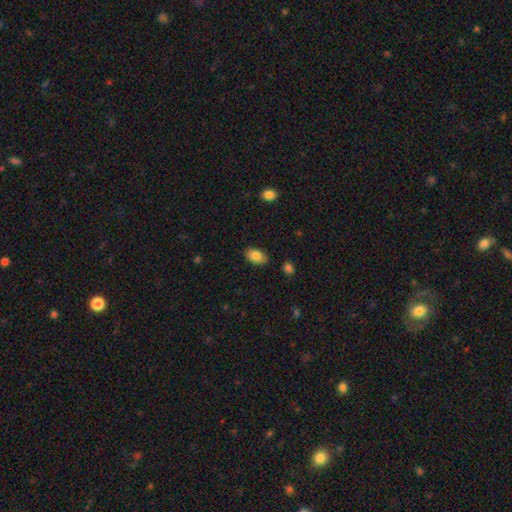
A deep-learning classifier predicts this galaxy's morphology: Smooth or featured? smooth (83%)
How rounded? in between (91%)
Merging? none (85%)